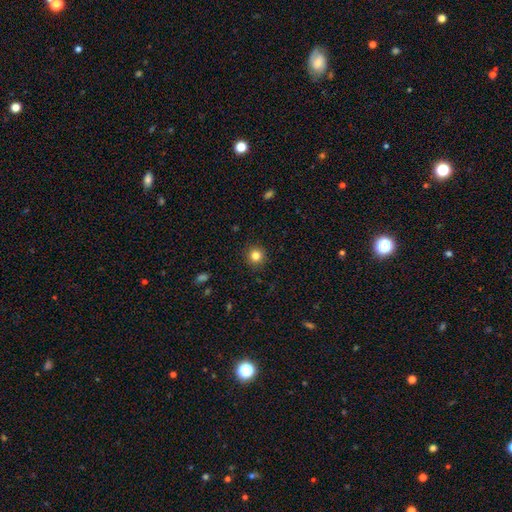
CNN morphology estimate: The model was most divided on "smooth or featured": smooth: 82%, star or artifact: 12%, featured or disk: 6%. More confident: how rounded — round (93%); merging — none (91%).